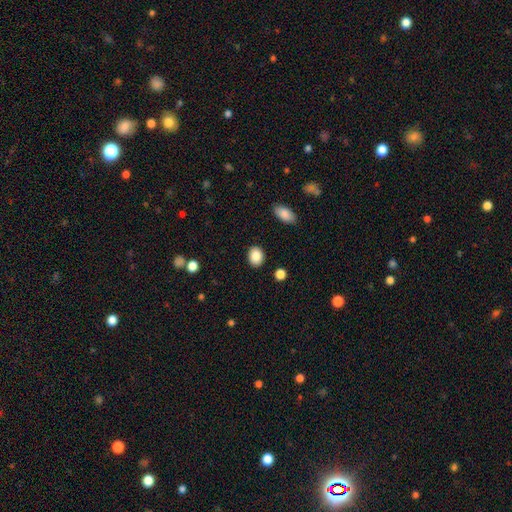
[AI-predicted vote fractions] smooth-or-featured: smooth: 87% | star or artifact: 8% | featured or disk: 5%
  how-rounded: in between: 53% | round: 45% | cigar-shaped: 1%
  merging: none: 89% | minor disturbance: 8% | major disturbance: 2% | merger: 2%